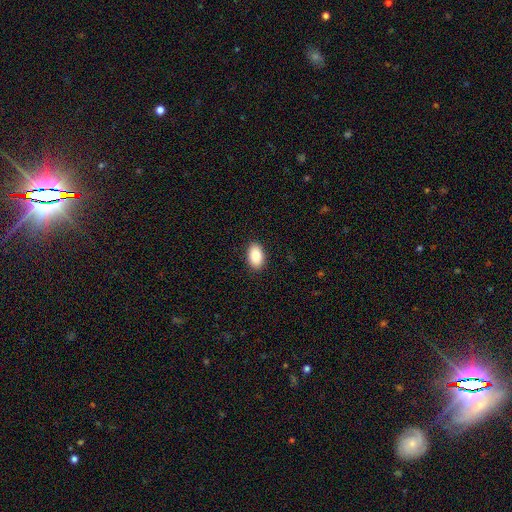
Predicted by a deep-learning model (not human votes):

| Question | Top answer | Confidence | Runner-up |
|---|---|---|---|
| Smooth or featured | smooth | 87% | star or artifact (7%) |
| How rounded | in between | 92% | round (7%) |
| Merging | none | 90% | minor disturbance (7%) |